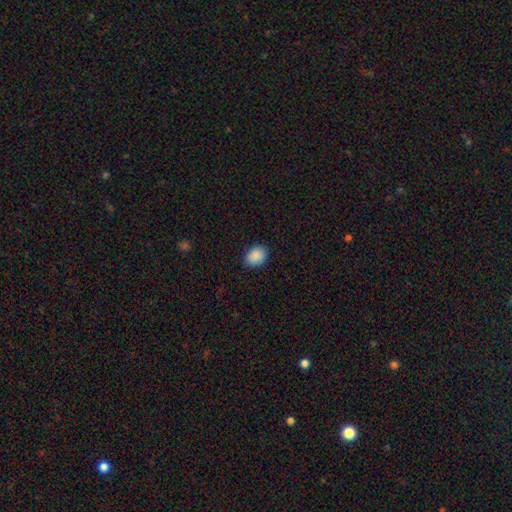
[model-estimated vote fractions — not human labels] Smooth or featured?
  - smooth: 89% *
  - star or artifact: 8%
  - featured or disk: 4%
How rounded?
  - in between: 64% *
  - round: 36%
  - cigar-shaped: 1%
Merging?
  - none: 85% *
  - minor disturbance: 12%
  - major disturbance: 2%
  - merger: 1%